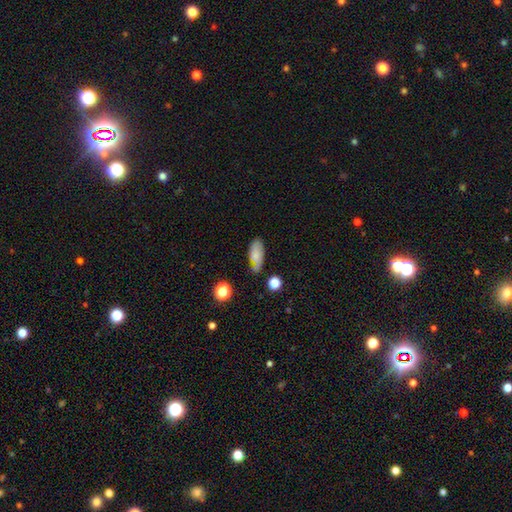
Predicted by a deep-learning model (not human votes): smooth_or_featured: smooth (p=0.73) [alt: featured or disk p=0.17]
how_rounded: in between (p=0.83) [alt: cigar-shaped p=0.13]
merging: none (p=0.59) [alt: minor disturbance p=0.26]